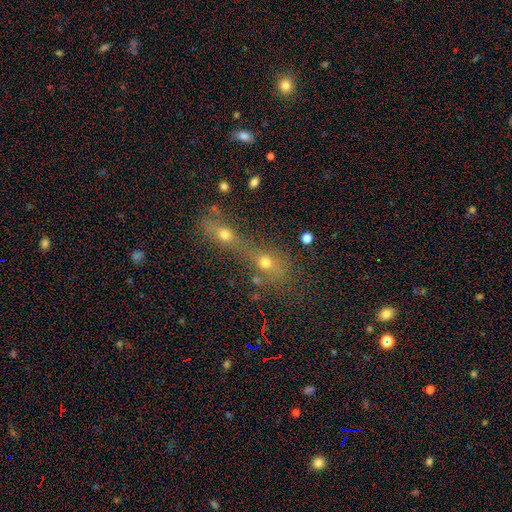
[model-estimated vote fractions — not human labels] smooth_or_featured: star or artifact (p=0.40) [tied with: smooth p=0.40]